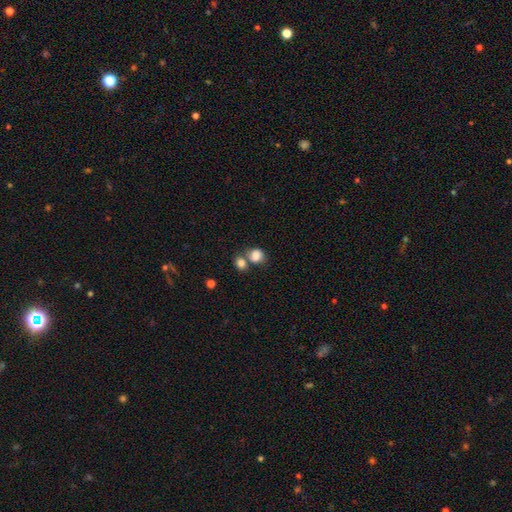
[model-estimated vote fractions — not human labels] The model was most divided on "merging": merger: 45%, none: 38%, minor disturbance: 11%, major disturbance: 5%. More confident: smooth or featured — smooth (83%); how rounded — round (58%).